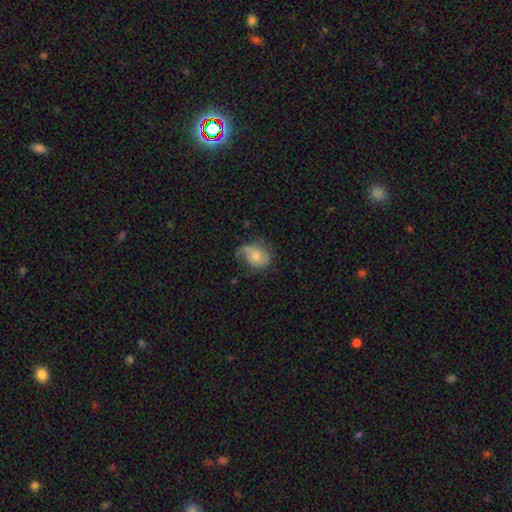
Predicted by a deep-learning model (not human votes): A featured or disk galaxy (49%).

Vote fractions:
- Smooth or featured? featured or disk: 49% / smooth: 43% / star or artifact: 8%
- Merging? none: 43% / minor disturbance: 30% / major disturbance: 25% / merger: 2%